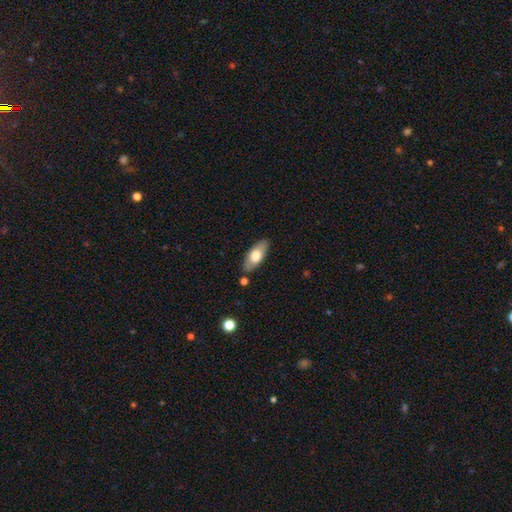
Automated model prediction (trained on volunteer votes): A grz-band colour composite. It shows a smooth galaxy with no disk features (68%) that is in between round and cigar-shaped (84%). Merging: none (82%).